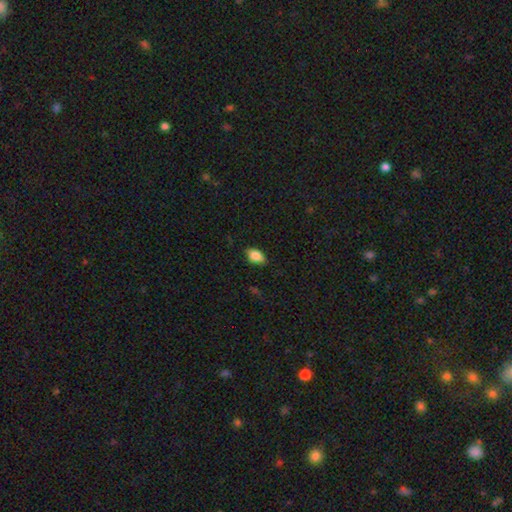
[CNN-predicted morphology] Smooth or featured?
  - smooth: 85% *
  - star or artifact: 8%
  - featured or disk: 6%
How rounded?
  - in between: 89% *
  - round: 9%
  - cigar-shaped: 2%
Merging?
  - none: 82% *
  - minor disturbance: 14%
  - major disturbance: 3%
  - merger: 1%